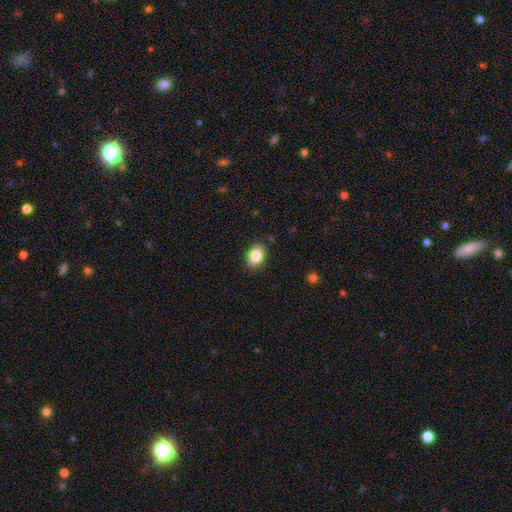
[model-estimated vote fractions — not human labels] smooth-or-featured: smooth: 83% | featured or disk: 9% | star or artifact: 8%
  how-rounded: in between: 83% | round: 15% | cigar-shaped: 1%
  merging: none: 87% | minor disturbance: 9% | major disturbance: 2% | merger: 1%